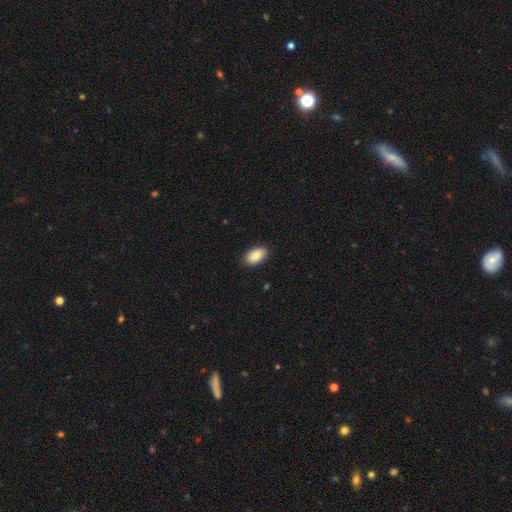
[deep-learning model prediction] Morphology: type=smooth (90%); roundness=in between (94%); merging=none (89%).